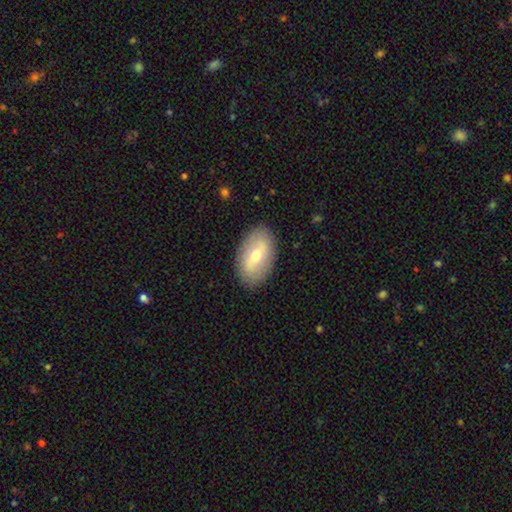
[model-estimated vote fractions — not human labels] smooth-or-featured: smooth: 50% | featured or disk: 43% | star or artifact: 6%
  how-rounded: in between: 91% | round: 7% | cigar-shaped: 2%
  merging: none: 87% | minor disturbance: 9% | major disturbance: 3% | merger: 1%